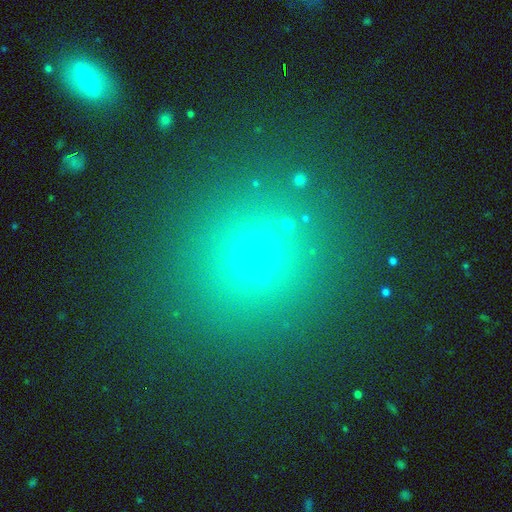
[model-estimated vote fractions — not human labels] This is likely a smooth galaxy (61%). How rounded: clearly round (90%). Merging: clearly none (87%).